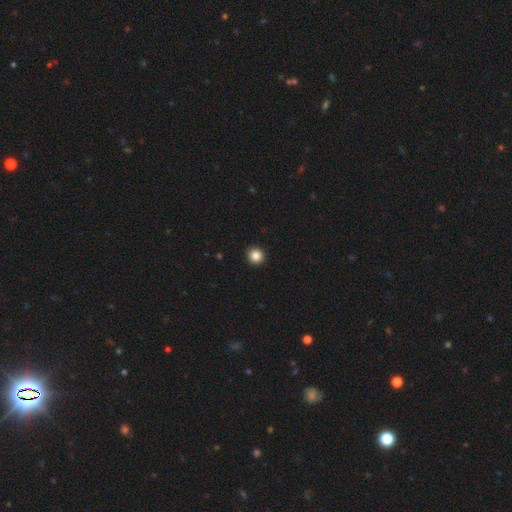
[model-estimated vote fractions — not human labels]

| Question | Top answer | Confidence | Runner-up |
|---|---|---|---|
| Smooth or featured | smooth | 85% | star or artifact (11%) |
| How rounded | round | 95% | in between (4%) |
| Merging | none | 93% | minor disturbance (4%) |